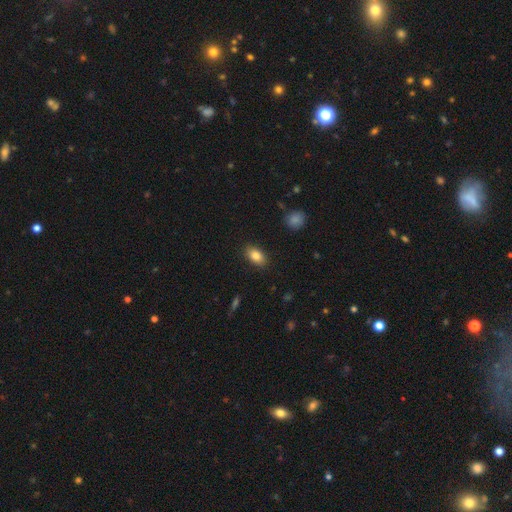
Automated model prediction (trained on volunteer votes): smooth-or-featured: smooth: 84% | star or artifact: 8% | featured or disk: 8%
  how-rounded: in between: 90% | round: 8% | cigar-shaped: 2%
  merging: none: 87% | minor disturbance: 9% | major disturbance: 2% | merger: 1%